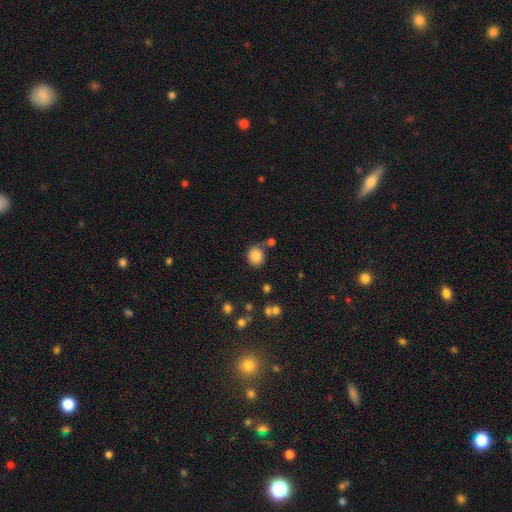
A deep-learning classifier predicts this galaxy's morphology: Smooth or featured? smooth (85%)
How rounded? round (75%)
Merging? none (69%)